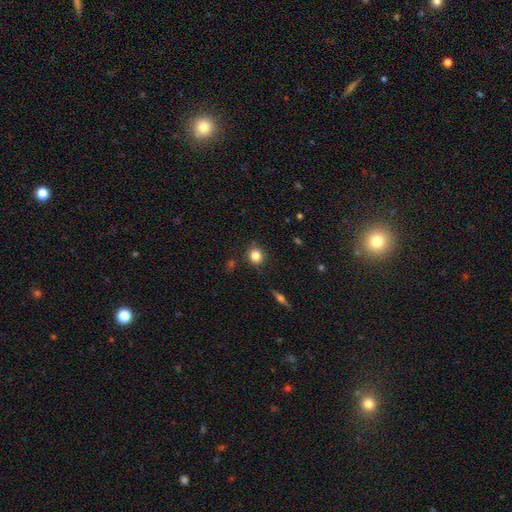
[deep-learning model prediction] This appears to be a smooth galaxy with no disk features (82%) that is round (80%). Merging: none (83%).